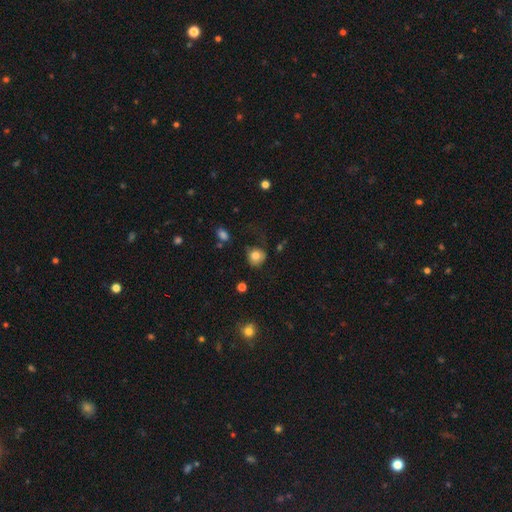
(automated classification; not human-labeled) A smooth galaxy with no disk features (77%) that is round (76%).

Vote fractions:
- Smooth or featured? smooth: 77% / featured or disk: 13% / star or artifact: 10%
- How rounded? round: 76% / in between: 23% / cigar-shaped: 1%
- Merging? none: 55% / minor disturbance: 26% / major disturbance: 16% / merger: 3%